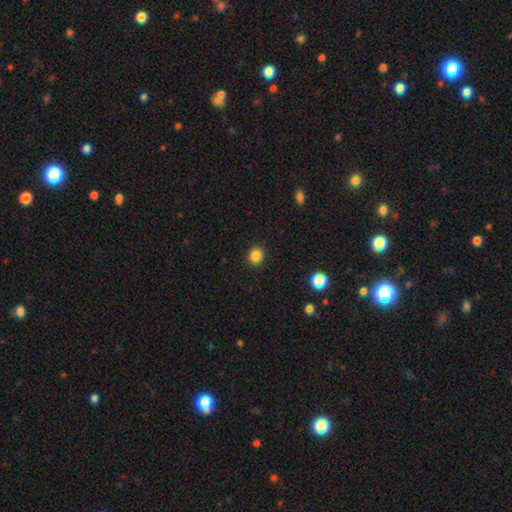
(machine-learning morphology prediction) The model was most divided on "smooth or featured": smooth: 85%, star or artifact: 11%, featured or disk: 3%. More confident: merging — none (91%); how rounded — round (88%).